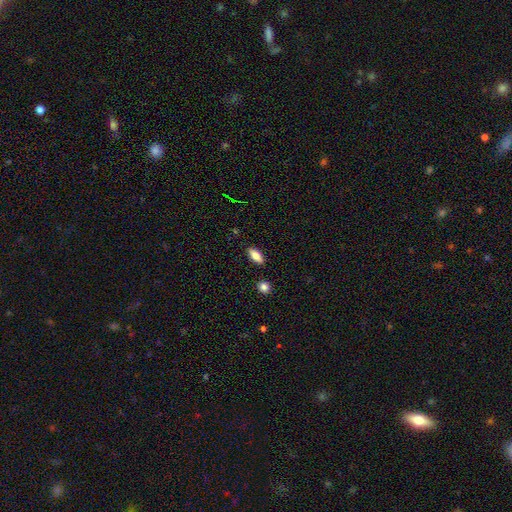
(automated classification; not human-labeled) Morphology: type=smooth (75%); roundness=in between (82%); merging=none (88%).